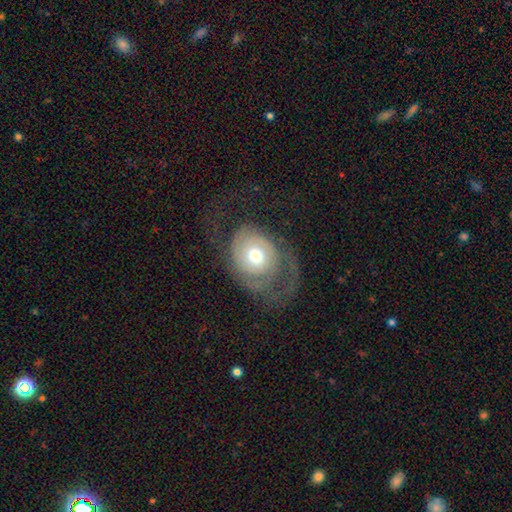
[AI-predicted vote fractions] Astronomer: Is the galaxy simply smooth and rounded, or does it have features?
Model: featured or disk — 64%.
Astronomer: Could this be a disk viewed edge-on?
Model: no — 96%.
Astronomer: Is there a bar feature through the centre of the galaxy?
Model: no — 79%.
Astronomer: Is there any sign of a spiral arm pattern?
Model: yes — 77%.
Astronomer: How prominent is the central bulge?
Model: moderate — 69%.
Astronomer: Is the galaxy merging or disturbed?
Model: none — 41% (runner-up: major disturbance, 39%).